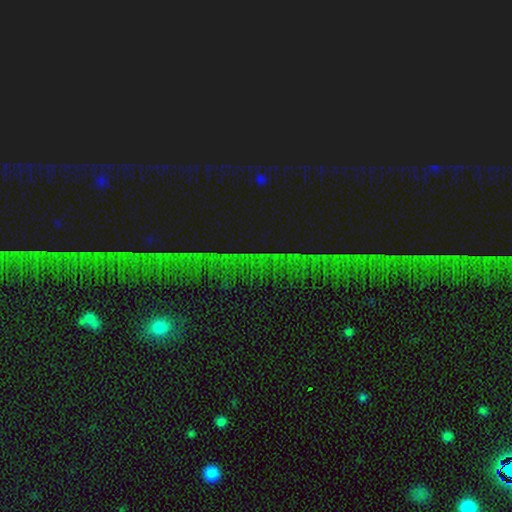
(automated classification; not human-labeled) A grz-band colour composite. It shows a star or artifact, not a galaxy (87%).